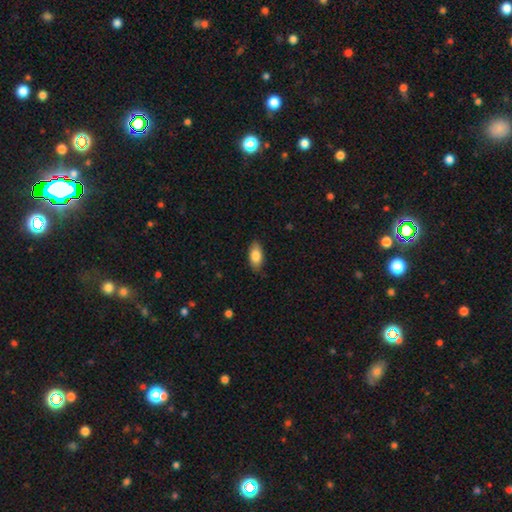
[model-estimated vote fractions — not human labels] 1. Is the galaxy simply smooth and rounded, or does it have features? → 83% smooth, 11% featured or disk, 6% star or artifact.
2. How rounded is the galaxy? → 89% in between, 9% cigar-shaped, 3% round.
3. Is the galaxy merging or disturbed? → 86% none, 11% minor disturbance, 2% major disturbance, 1% merger.